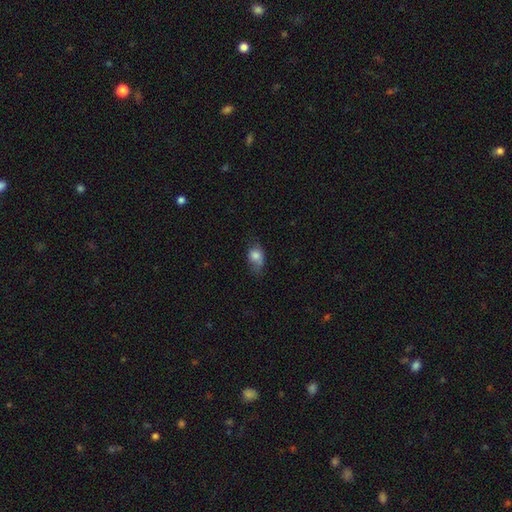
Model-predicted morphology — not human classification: Smooth or featured?
  - smooth: 78% *
  - featured or disk: 13%
  - star or artifact: 9%
How rounded?
  - in between: 66% *
  - round: 32%
  - cigar-shaped: 2%
Merging?
  - none: 40% *
  - minor disturbance: 38%
  - major disturbance: 19%
  - merger: 4%